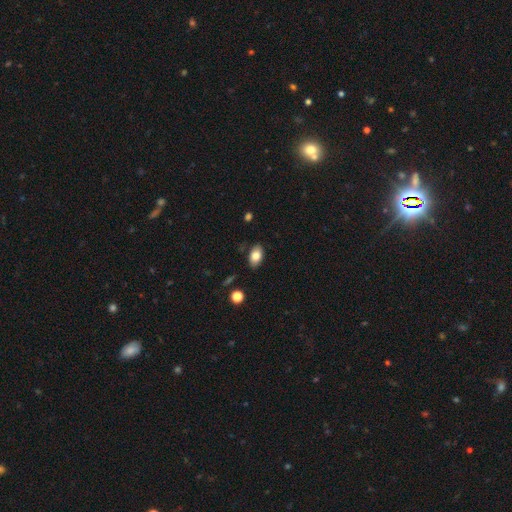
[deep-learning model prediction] This appears to be a smooth galaxy with no disk features (82%) that is in between round and cigar-shaped (89%). Merging: none (84%).